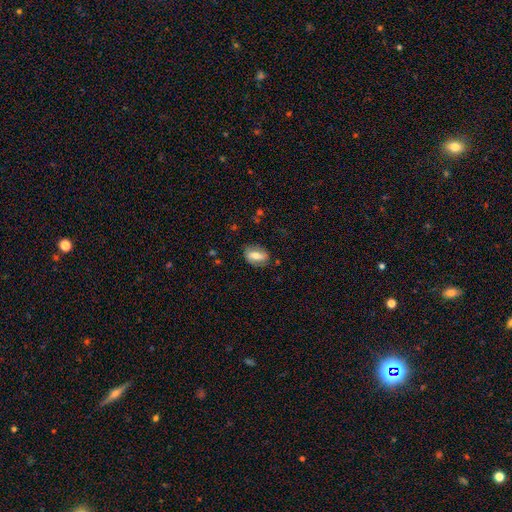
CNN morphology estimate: Smooth or featured? smooth (50%)
How rounded? in between (83%)
Merging? none (77%)